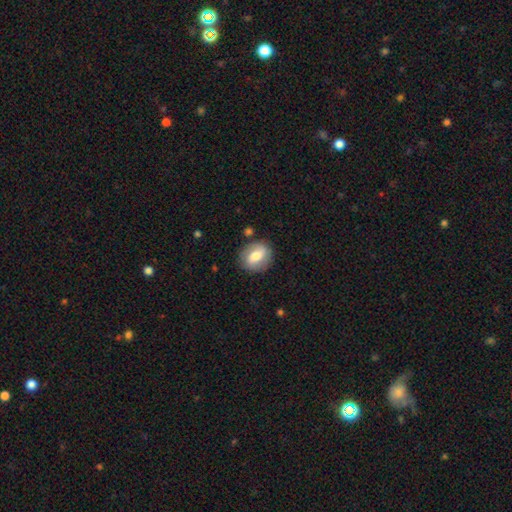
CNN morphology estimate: This appears to be a smooth galaxy with no disk features (59%) that is round (59%). Merging: none (81%).